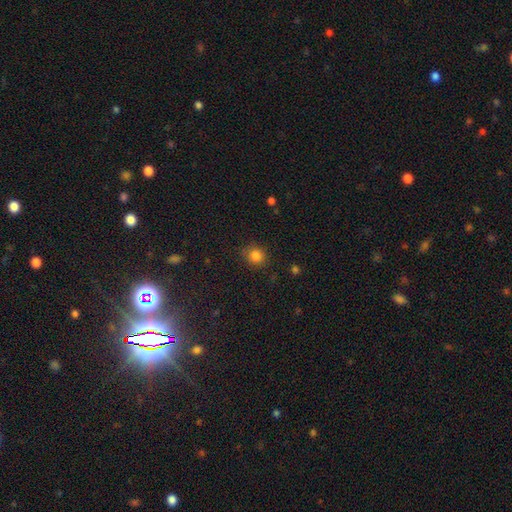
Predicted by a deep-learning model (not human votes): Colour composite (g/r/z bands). It shows a smooth galaxy with no disk features (83%) that is round (85%). Merging: none (85%).